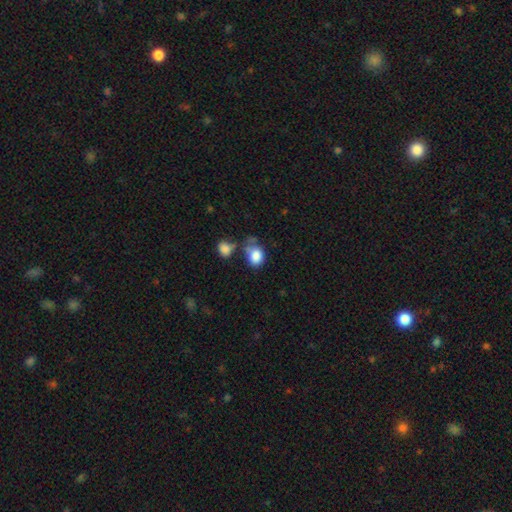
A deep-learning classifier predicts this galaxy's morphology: Overall: smooth (83%). How rounded: in between (61%; round 38%). Merging: none (37%; merger 26%).